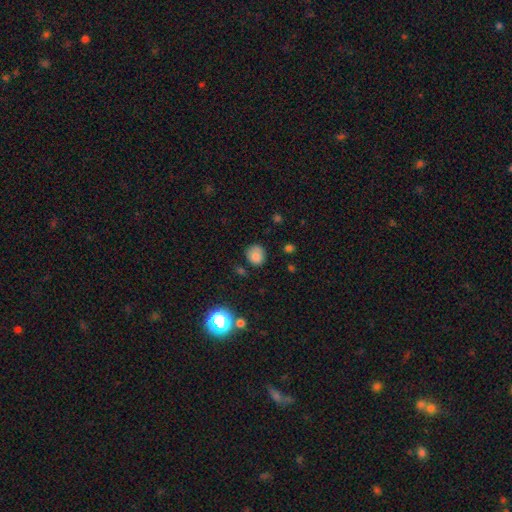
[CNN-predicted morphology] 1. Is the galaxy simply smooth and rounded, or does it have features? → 80% smooth, 13% star or artifact, 7% featured or disk.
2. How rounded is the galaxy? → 82% round, 17% in between, 1% cigar-shaped.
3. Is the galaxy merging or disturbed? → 78% none, 16% minor disturbance, 4% major disturbance, 3% merger.